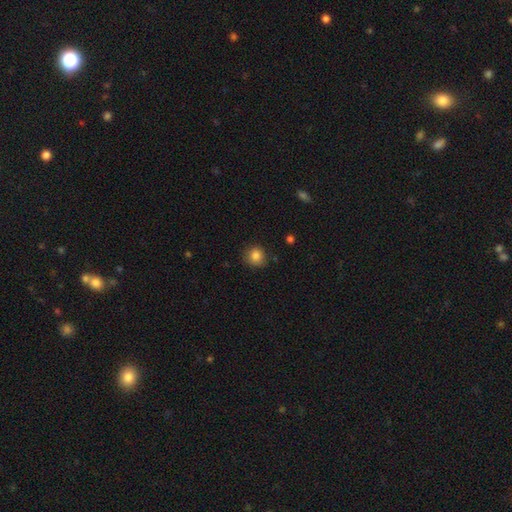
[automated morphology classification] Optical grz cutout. It shows a smooth galaxy with no disk features (84%) that is round (89%). Merging: none (84%).